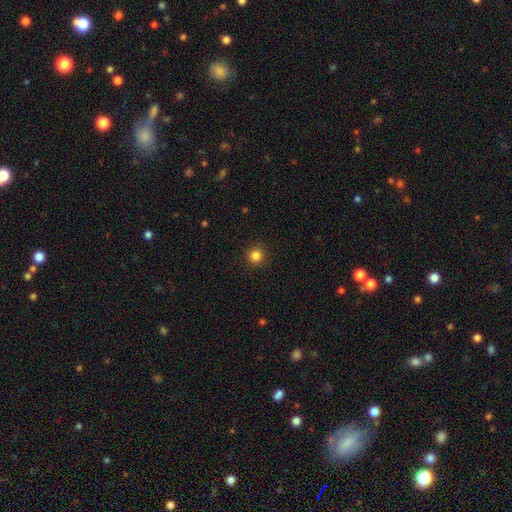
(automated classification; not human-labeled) A smooth galaxy with no disk features (84%) that is round (94%). Merging: none (91%).